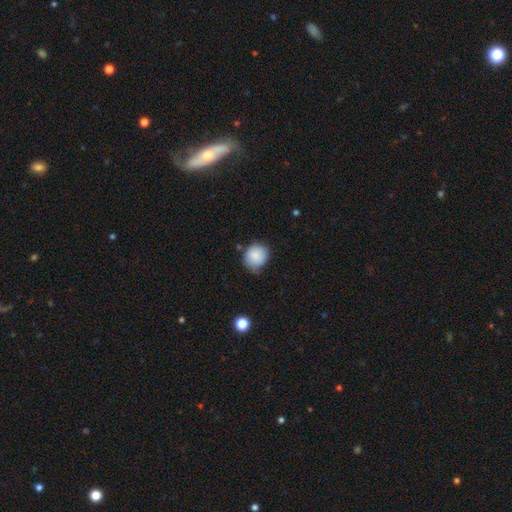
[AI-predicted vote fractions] Smooth or featured?
  - smooth: 84% *
  - star or artifact: 8%
  - featured or disk: 8%
How rounded?
  - round: 84% *
  - in between: 15%
  - cigar-shaped: 1%
Merging?
  - none: 62% *
  - minor disturbance: 29%
  - major disturbance: 6%
  - merger: 3%